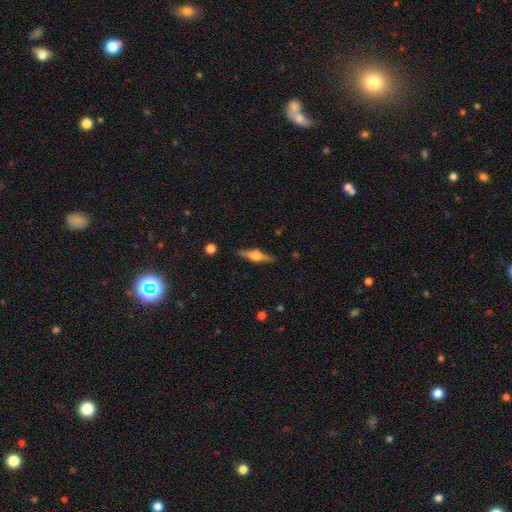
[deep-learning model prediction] Smooth or featured?
  - featured or disk: 62% *
  - smooth: 32%
  - star or artifact: 7%
Edge-on disk?
  - yes: 96% *
  - no: 4%
Edge-on bulge?
  - rounded: 90% *
  - boxy: 8%
  - none: 2%
Merging?
  - none: 86% *
  - minor disturbance: 10%
  - major disturbance: 2%
  - merger: 1%